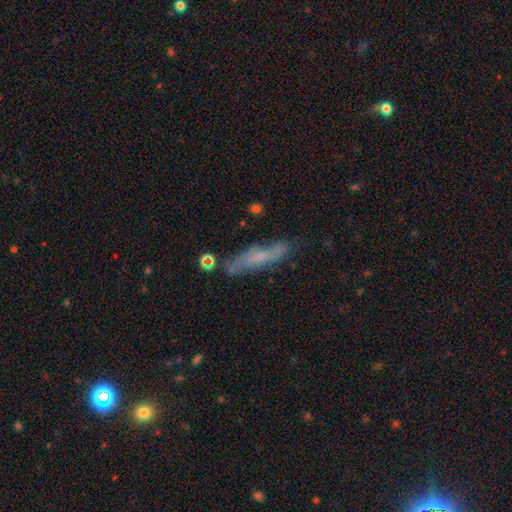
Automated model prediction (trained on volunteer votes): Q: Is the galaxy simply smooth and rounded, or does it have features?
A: smooth — 52%.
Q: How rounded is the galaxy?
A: cigar-shaped — 76%.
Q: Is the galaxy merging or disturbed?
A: none — 60%.